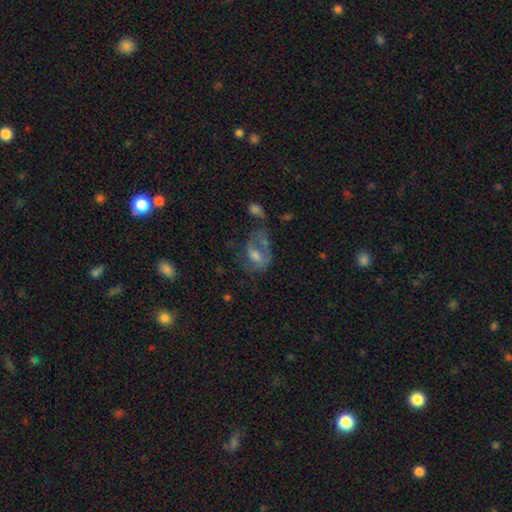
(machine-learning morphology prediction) This is marginally a smooth galaxy (45%). Merging: marginally major disturbance (37%).